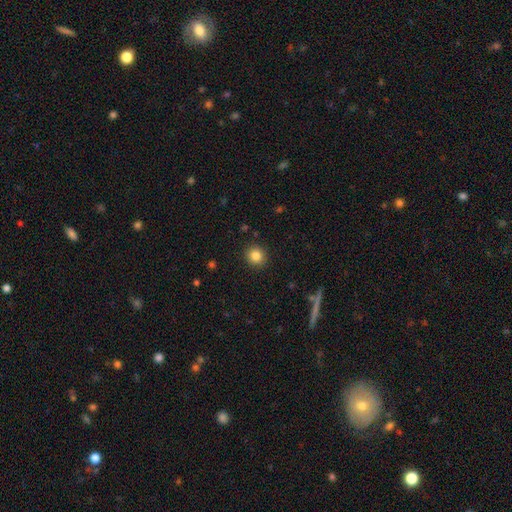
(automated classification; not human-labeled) This appears to be a smooth galaxy with no disk features (84%) that is round (89%). Merging: none (91%).